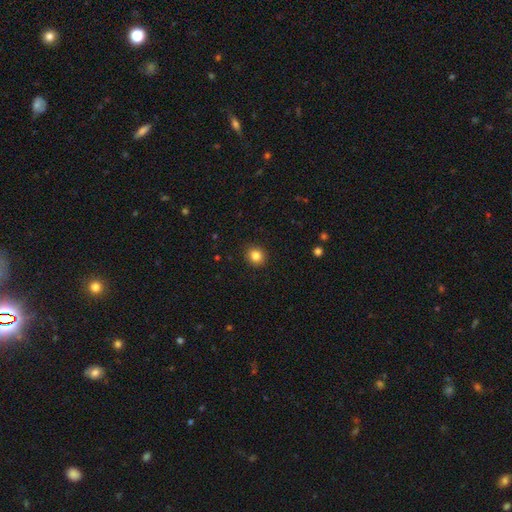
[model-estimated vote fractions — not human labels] Q: Smooth or featured?
A: smooth (84%); runner-up: star or artifact (11%)
Q: How rounded?
A: round (86%); runner-up: in between (13%)
Q: Merging?
A: none (91%); runner-up: minor disturbance (6%)